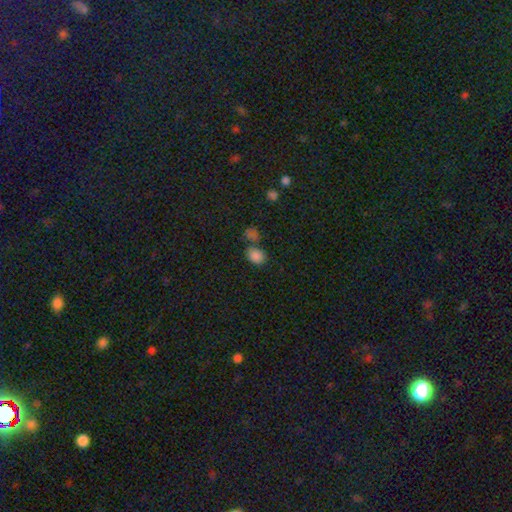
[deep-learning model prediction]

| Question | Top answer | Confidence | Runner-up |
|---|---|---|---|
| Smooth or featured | smooth | 82% | star or artifact (14%) |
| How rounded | in between | 56% | round (43%) |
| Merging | none | 61% | merger (22%) |